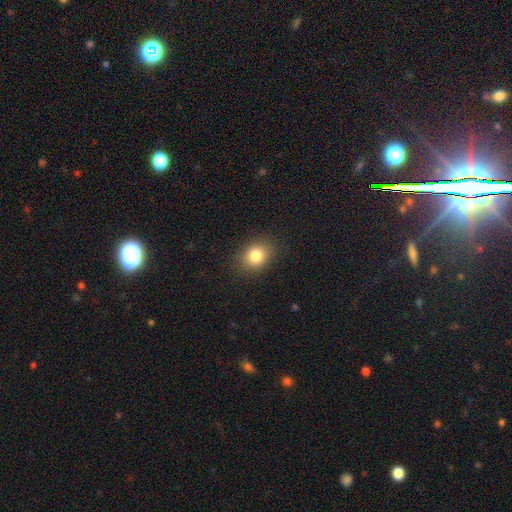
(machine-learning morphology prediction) A smooth galaxy with no disk features (83%) that is in between round and cigar-shaped (50%). Merging: none (86%).